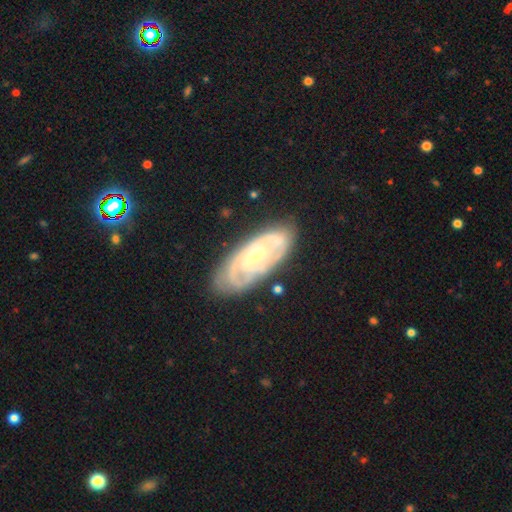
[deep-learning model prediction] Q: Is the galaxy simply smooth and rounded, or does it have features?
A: featured or disk — 81%.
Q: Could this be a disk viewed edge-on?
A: no — 93%.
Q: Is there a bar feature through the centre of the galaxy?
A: no — 60%.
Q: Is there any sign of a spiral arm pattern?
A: yes — 89%.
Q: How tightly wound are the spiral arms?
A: tight — 71%.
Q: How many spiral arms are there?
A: can't tell — 38%.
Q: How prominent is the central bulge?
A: small — 62%.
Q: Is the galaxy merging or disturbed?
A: none — 75%.